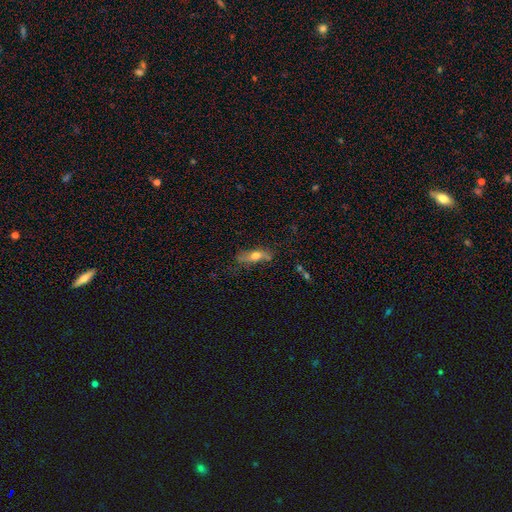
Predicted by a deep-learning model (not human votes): Q: Smooth or featured?
A: smooth (53%); runner-up: featured or disk (39%)
Q: How rounded?
A: in between (49%); runner-up: cigar-shaped (47%)
Q: Merging?
A: none (63%); runner-up: minor disturbance (25%)